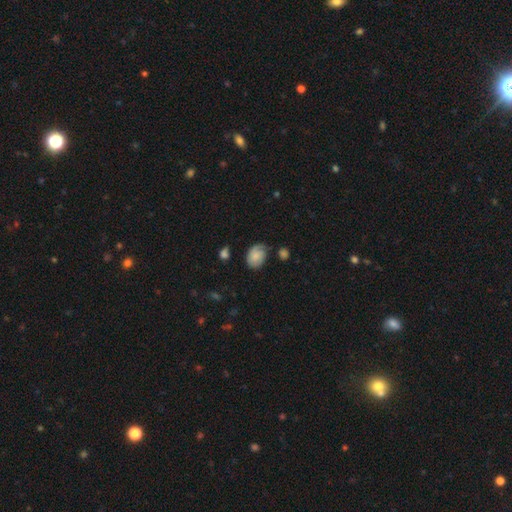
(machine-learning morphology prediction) type=smooth (61%); roundness=in between (71%); merging=none (54%).